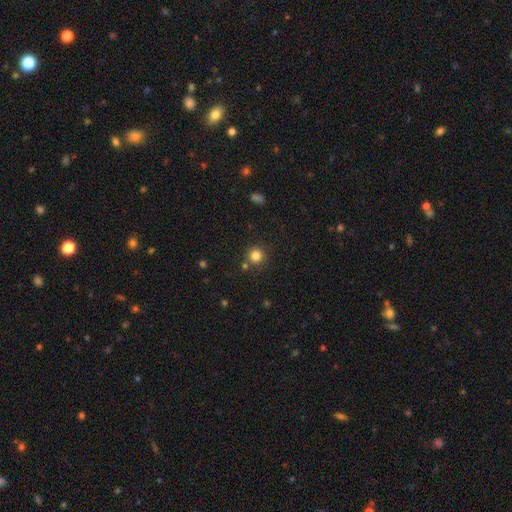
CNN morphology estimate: Smooth or featured?
  - smooth: 81% *
  - star or artifact: 13%
  - featured or disk: 5%
How rounded?
  - round: 94% *
  - in between: 5%
  - cigar-shaped: 1%
Merging?
  - none: 81% *
  - merger: 8%
  - minor disturbance: 8%
  - major disturbance: 3%